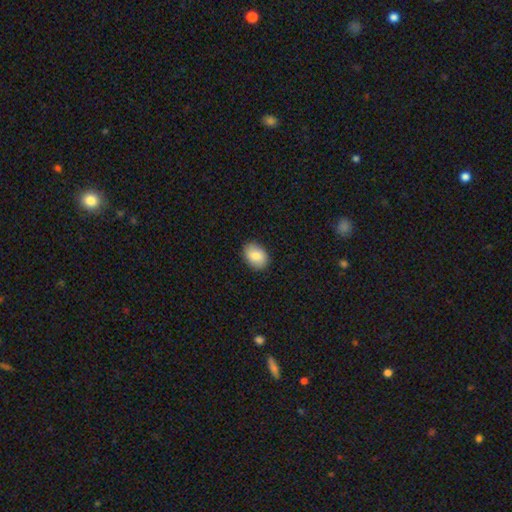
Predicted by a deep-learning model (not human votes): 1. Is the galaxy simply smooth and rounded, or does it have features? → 84% smooth, 9% featured or disk, 7% star or artifact.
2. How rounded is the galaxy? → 76% in between, 23% round, 1% cigar-shaped.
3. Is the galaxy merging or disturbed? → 88% none, 9% minor disturbance, 2% major disturbance, 1% merger.